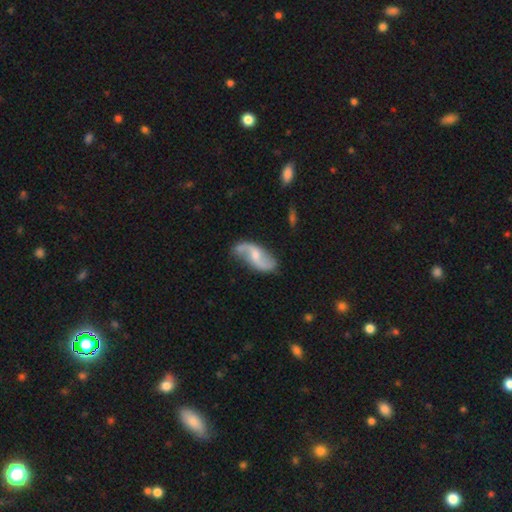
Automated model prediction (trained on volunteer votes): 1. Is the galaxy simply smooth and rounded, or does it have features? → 84% featured or disk, 11% smooth, 5% star or artifact.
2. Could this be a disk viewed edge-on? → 96% no, 4% yes.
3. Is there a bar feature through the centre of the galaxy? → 47% weak, 41% no, 12% strong.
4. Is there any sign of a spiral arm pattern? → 95% yes, 5% no.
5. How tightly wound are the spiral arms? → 77% loose, 18% medium, 5% tight.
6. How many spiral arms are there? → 93% 2, 2% can't tell, 2% 1, 1% 3, 1% 4, 1% more than 4.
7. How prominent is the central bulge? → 43% small (tied), 43% moderate (tied), 10% none, 3% large, 1% dominant.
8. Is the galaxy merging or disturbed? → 74% none, 18% minor disturbance, 6% major disturbance, 3% merger.